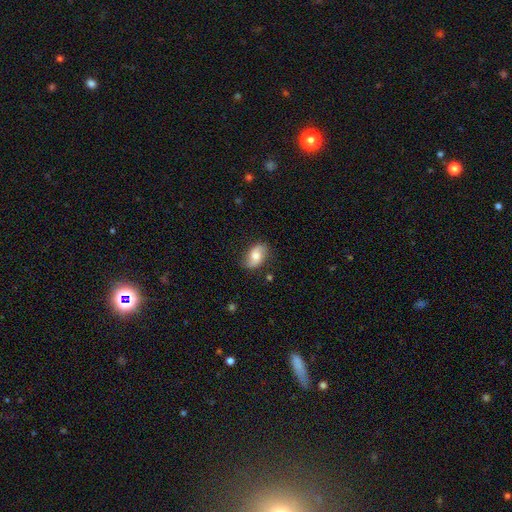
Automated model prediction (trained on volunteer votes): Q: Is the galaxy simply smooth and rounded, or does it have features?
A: smooth — 48%.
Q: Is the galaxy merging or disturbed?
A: none — 78%.